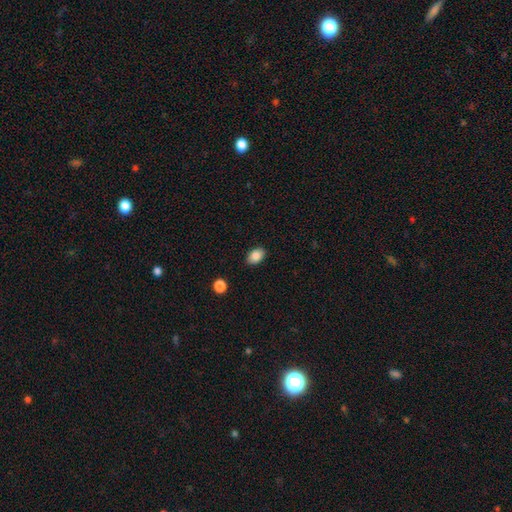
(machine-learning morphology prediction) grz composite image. It shows a smooth galaxy with no disk features (86%) that is in between round and cigar-shaped (83%). Merging: none (87%).